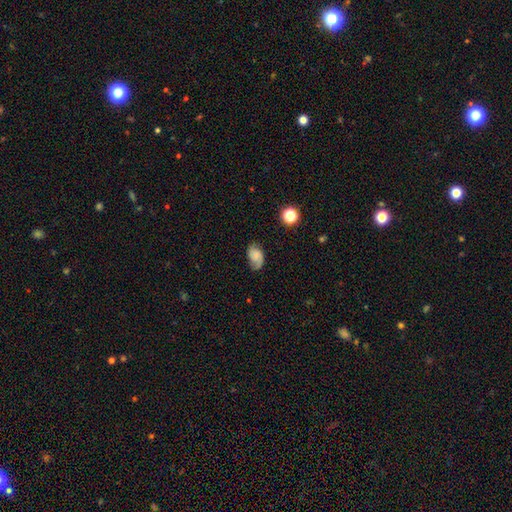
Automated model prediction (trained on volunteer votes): smooth-or-featured: smooth: 47% | featured or disk: 43% | star or artifact: 10%
  merging: none: 69% | minor disturbance: 22% | major disturbance: 7% | merger: 2%